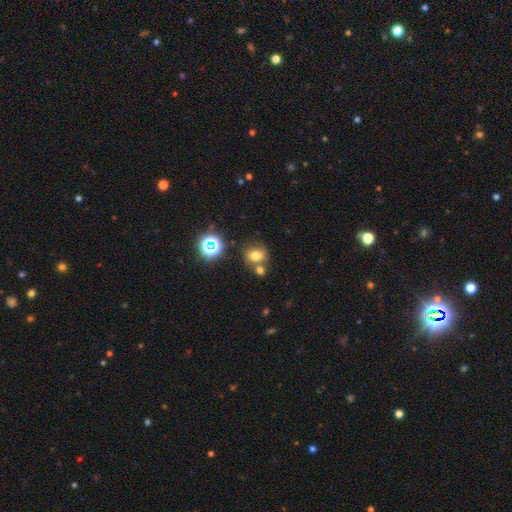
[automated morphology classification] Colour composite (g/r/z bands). It shows a smooth galaxy with no disk features (70%) that is round (64%). Merging: none (61%).